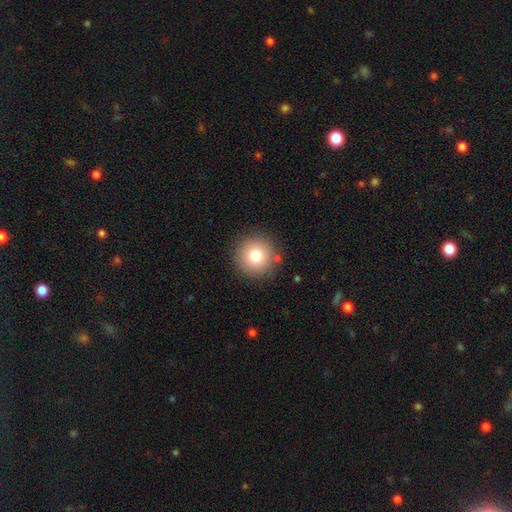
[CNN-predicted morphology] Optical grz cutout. It shows a smooth galaxy with no disk features (79%) that is round (96%). Merging: none (87%).